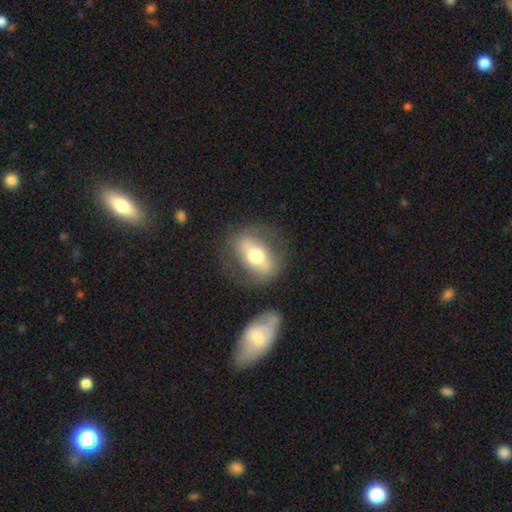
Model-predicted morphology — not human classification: Smooth or featured? Predicted: featured or disk (p=0.56). Edge-on disk? Predicted: no (p=0.72). Merging? Predicted: none (p=0.74).